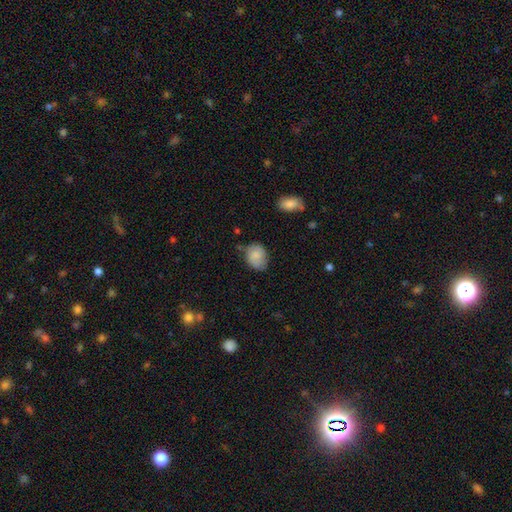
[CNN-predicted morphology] A smooth galaxy with no disk features (79%) that is in between round and cigar-shaped (54%).

Vote fractions:
- Smooth or featured? smooth: 79% / featured or disk: 14% / star or artifact: 8%
- How rounded? in between: 54% / round: 45% / cigar-shaped: 1%
- Merging? none: 62% / minor disturbance: 28% / major disturbance: 6% / merger: 3%